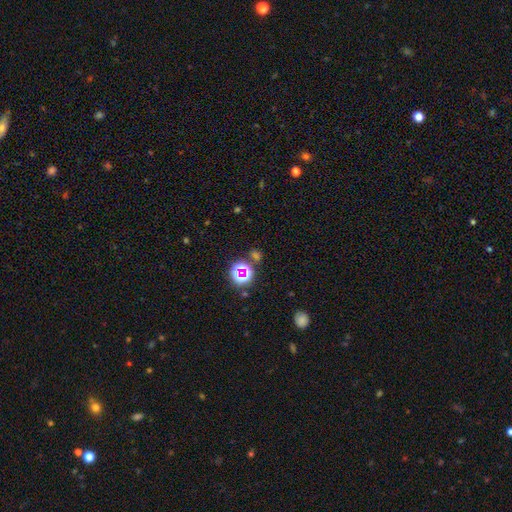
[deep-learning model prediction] This appears to be a star or artifact, not a galaxy (60%).